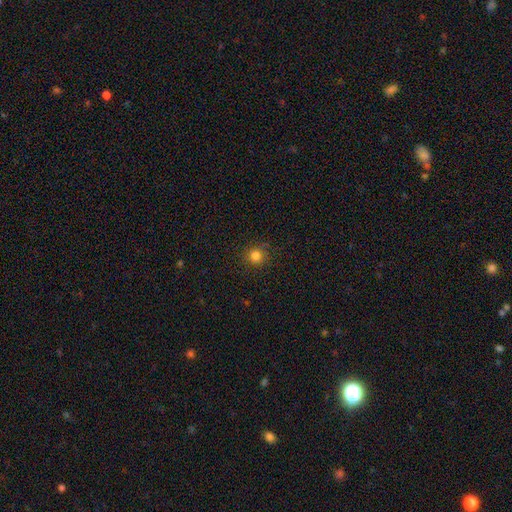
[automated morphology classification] Q: Smooth or featured?
A: smooth (82%); runner-up: star or artifact (13%)
Q: How rounded?
A: round (93%); runner-up: in between (6%)
Q: Merging?
A: none (89%); runner-up: minor disturbance (7%)